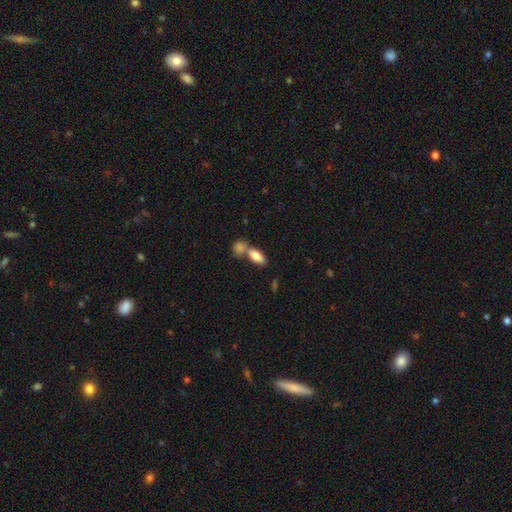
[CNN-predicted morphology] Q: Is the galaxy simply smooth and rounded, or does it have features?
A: smooth — 81%.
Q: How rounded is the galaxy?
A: in between — 82%.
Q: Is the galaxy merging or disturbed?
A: merger — 47%.